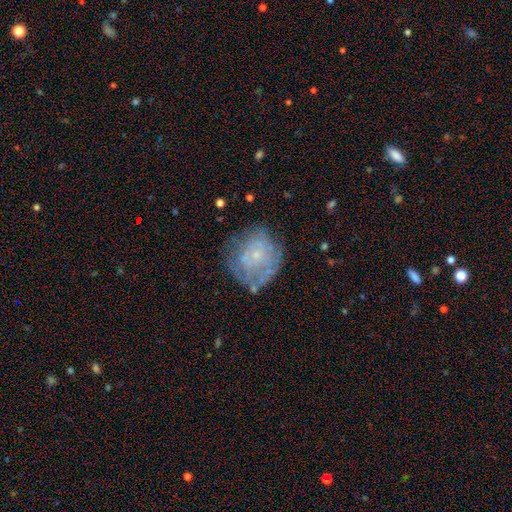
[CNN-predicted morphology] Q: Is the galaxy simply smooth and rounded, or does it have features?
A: featured or disk — 57%.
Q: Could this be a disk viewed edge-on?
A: no — 97%.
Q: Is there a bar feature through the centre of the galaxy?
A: no — 85%.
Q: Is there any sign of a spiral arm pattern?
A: yes — 50%, tied with no.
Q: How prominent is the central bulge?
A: small — 80%.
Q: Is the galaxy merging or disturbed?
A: none — 58%.